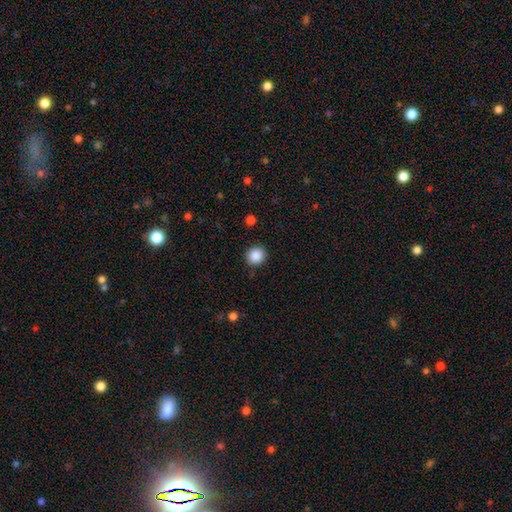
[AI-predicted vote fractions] The model was most divided on "smooth or featured": smooth: 88%, star or artifact: 9%, featured or disk: 3%. More confident: merging — none (90%); how rounded — round (89%).